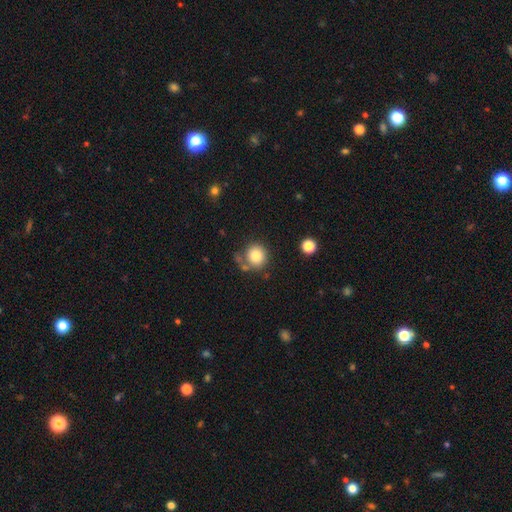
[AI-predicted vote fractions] This is clearly a smooth galaxy (83%). How rounded: clearly round (89%). Merging: likely none (67%).